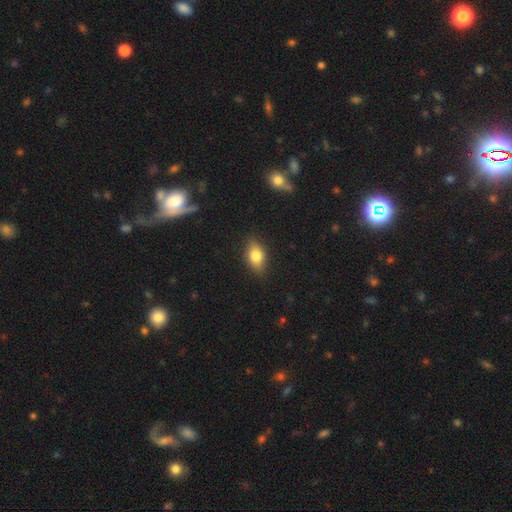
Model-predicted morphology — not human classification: A smooth galaxy with no disk features (77%) that is in between round and cigar-shaped (85%). Merging: none (85%).